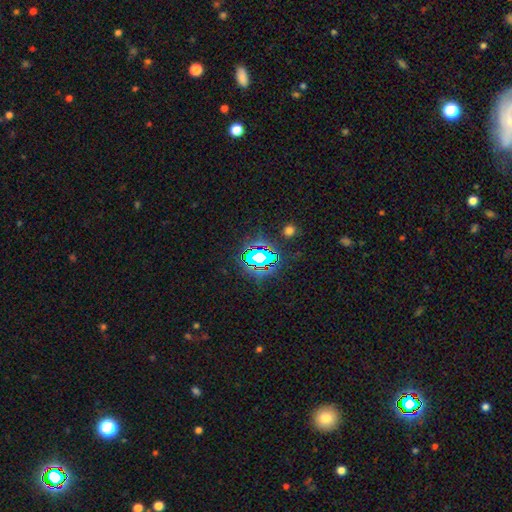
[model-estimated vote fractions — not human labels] Smooth or featured? Predicted: star or artifact (p=0.72).